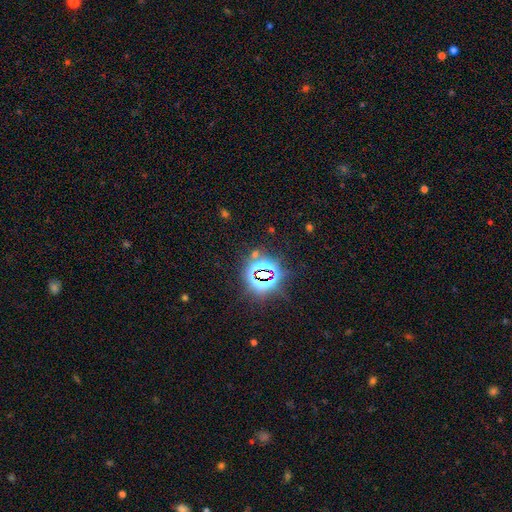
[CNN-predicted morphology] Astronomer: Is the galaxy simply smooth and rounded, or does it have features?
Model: star or artifact — 79%.